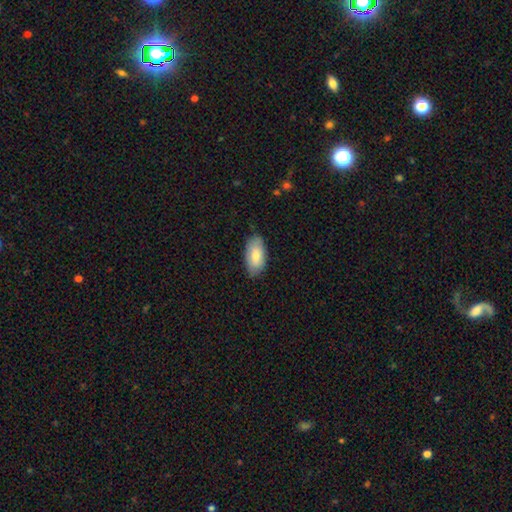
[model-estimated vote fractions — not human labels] smooth-or-featured: smooth: 79% | featured or disk: 16% | star or artifact: 6%
  how-rounded: in between: 94% | cigar-shaped: 3% | round: 3%
  merging: none: 81% | minor disturbance: 15% | major disturbance: 2% | merger: 1%